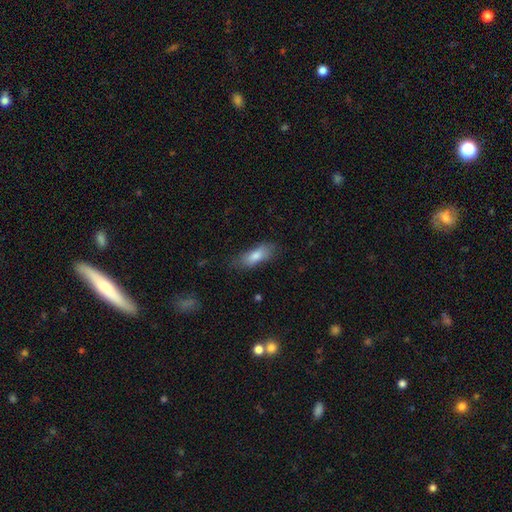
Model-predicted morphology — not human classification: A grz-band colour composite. It shows a smooth galaxy with no disk features (79%) that is in between round and cigar-shaped (70%). Merging: none (66%).